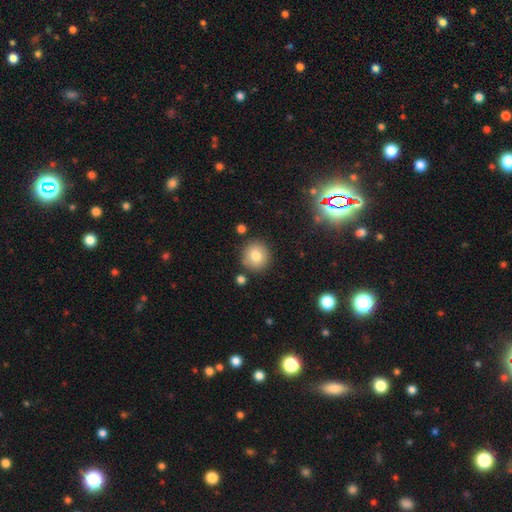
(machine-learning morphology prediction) The model was most divided on "smooth or featured": smooth: 80%, star or artifact: 10%, featured or disk: 10%. More confident: how rounded — round (92%); merging — none (85%).